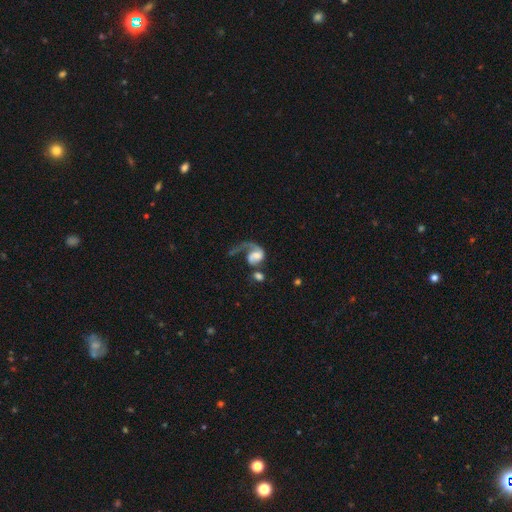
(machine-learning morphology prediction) featured or disk 67%, smooth 25%, star or artifact 8%. Down the decision tree: edge-on disk — no (98%); bar — no (61%); spiral arms — yes (87%); spiral arm count — 1 (80%); spiral winding — loose (65%); bulge size — moderate (28%); merging — major disturbance (45%).